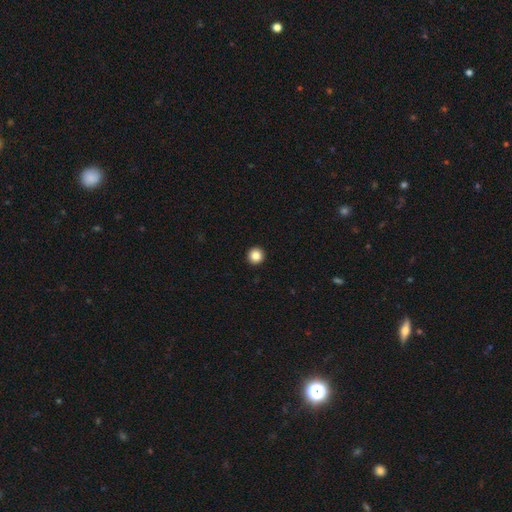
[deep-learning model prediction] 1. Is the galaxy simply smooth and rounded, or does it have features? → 86% smooth, 10% star or artifact, 3% featured or disk.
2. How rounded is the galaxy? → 97% round, 2% in between, 1% cigar-shaped.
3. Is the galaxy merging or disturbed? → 94% none, 3% minor disturbance, 1% major disturbance, 1% merger.